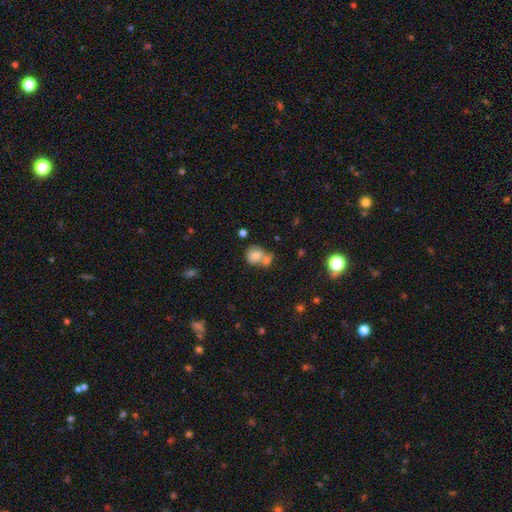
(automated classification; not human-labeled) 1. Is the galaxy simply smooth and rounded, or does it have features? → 76% smooth, 14% featured or disk, 10% star or artifact.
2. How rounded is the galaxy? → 64% round, 35% in between, 1% cigar-shaped.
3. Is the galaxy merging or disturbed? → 53% merger, 31% none, 11% minor disturbance, 5% major disturbance.